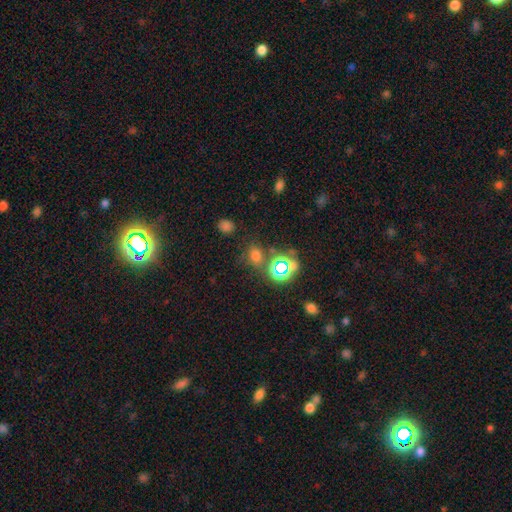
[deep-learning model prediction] Overall: smooth (56%; star or artifact 37%). How rounded: round (52%; in between 47%). Merging: none (71%).